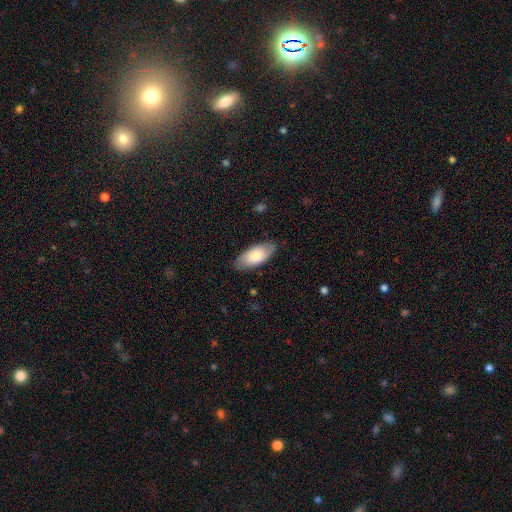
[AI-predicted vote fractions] Q: Smooth or featured?
A: smooth (77%); runner-up: featured or disk (17%)
Q: How rounded?
A: in between (91%); runner-up: cigar-shaped (7%)
Q: Merging?
A: none (82%); runner-up: minor disturbance (14%)